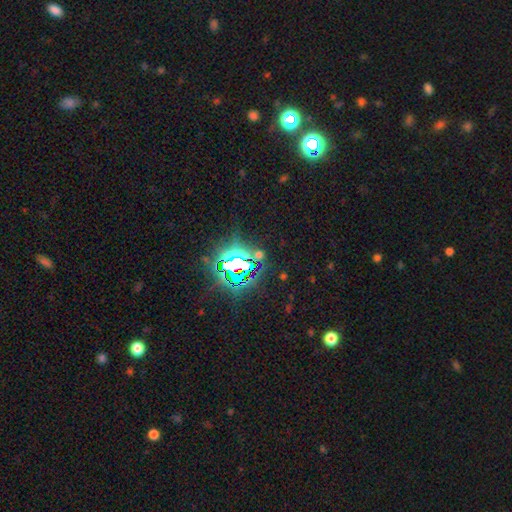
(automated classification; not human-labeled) smooth-or-featured: star or artifact: 81% | smooth: 10% | featured or disk: 9%